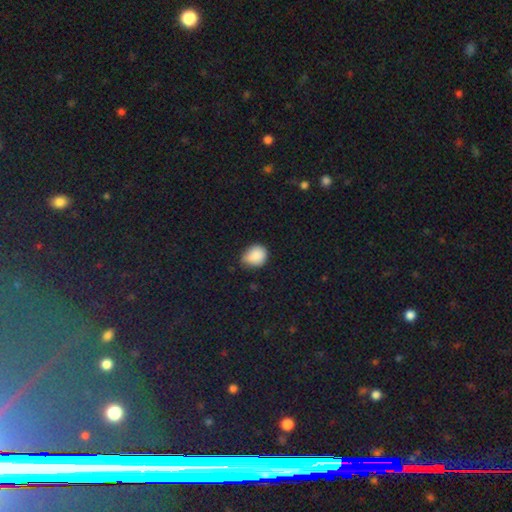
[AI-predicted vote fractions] A smooth galaxy with no disk features (87%) that is round (60%).

Vote fractions:
- Smooth or featured? smooth: 87% / star or artifact: 9% / featured or disk: 4%
- How rounded? round: 60% / in between: 39% / cigar-shaped: 1%
- Merging? none: 51% / minor disturbance: 41% / major disturbance: 6% / merger: 2%